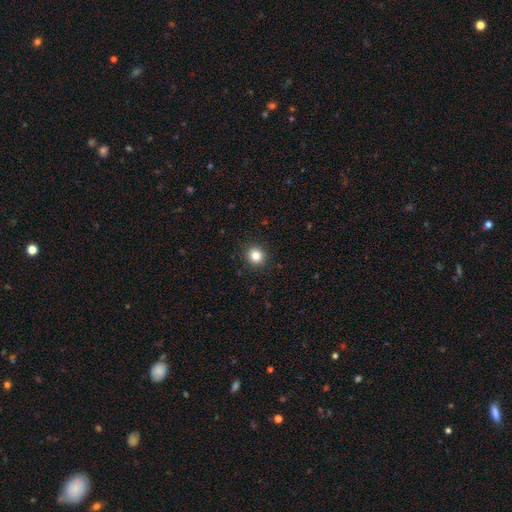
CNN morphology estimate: Smooth or featured? smooth (83%)
How rounded? round (90%)
Merging? none (92%)